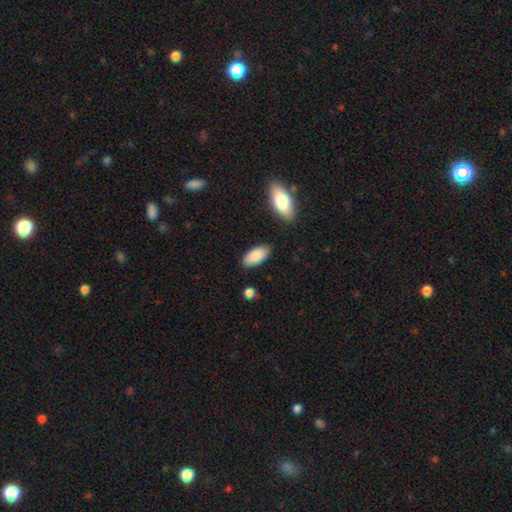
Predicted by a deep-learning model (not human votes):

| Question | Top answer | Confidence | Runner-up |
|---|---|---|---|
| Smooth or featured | smooth | 87% | featured or disk (7%) |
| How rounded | in between | 93% | cigar-shaped (5%) |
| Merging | none | 84% | minor disturbance (11%) |